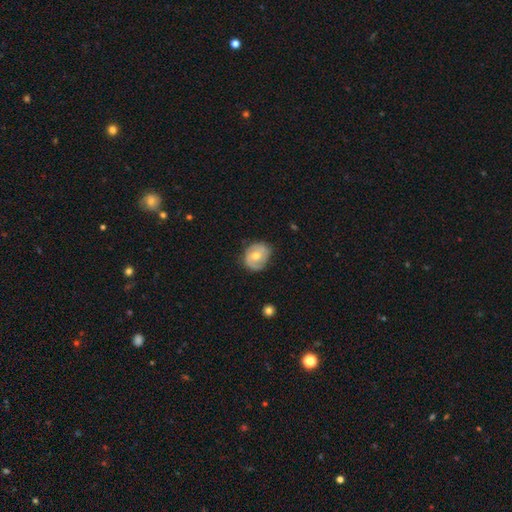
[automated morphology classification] Overall: featured or disk (57%; smooth 36%). Edge-on disk: no (97%). Bar: no (68%). Spiral arms: yes (75%). Bulge size: moderate (68%). Merging: none (68%).